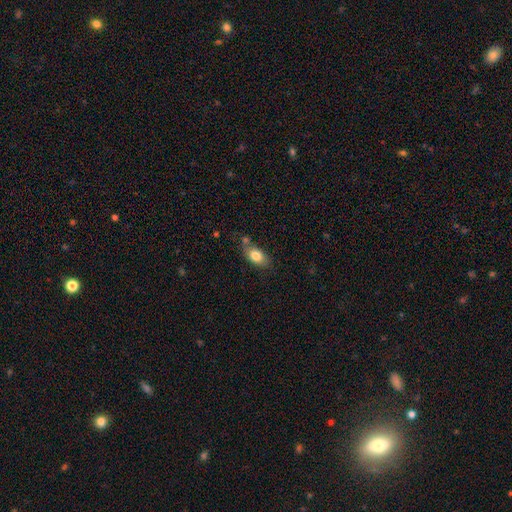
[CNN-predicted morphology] smooth-or-featured: smooth: 80% | featured or disk: 13% | star or artifact: 8%
  how-rounded: in between: 86% | round: 10% | cigar-shaped: 4%
  merging: none: 57% | minor disturbance: 21% | merger: 15% | major disturbance: 6%